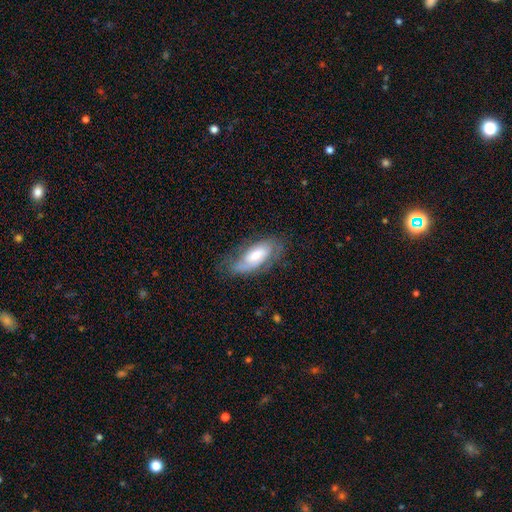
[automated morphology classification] Smooth or featured? Predicted: featured or disk (p=0.60). Edge-on disk? Predicted: no (p=0.89). Bar? Predicted: no (p=0.51). Spiral arms? Predicted: yes (p=0.84). Bulge size? Predicted: moderate (p=0.50). Merging? Predicted: none (p=0.61).